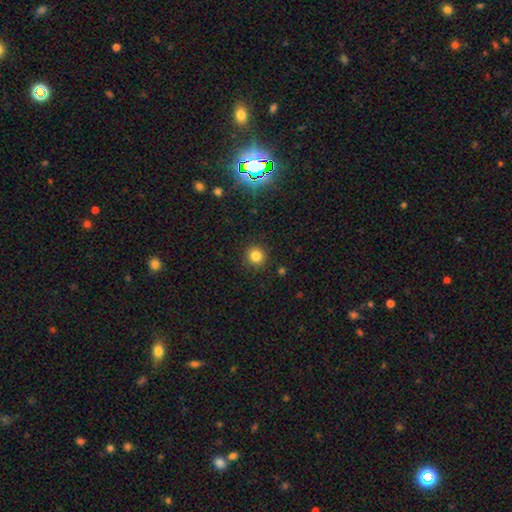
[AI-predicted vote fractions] smooth 82%, star or artifact 13%, featured or disk 5%. Down the decision tree: how rounded — round (94%); merging — none (91%).